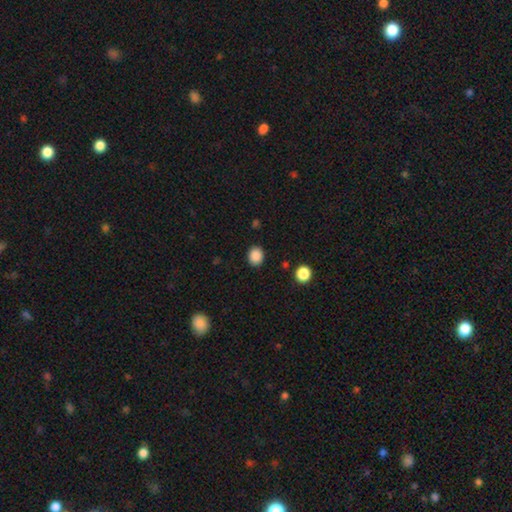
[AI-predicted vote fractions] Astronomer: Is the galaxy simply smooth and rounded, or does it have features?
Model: smooth — 87%.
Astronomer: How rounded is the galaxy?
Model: round — 67%.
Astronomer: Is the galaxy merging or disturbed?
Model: none — 88%.